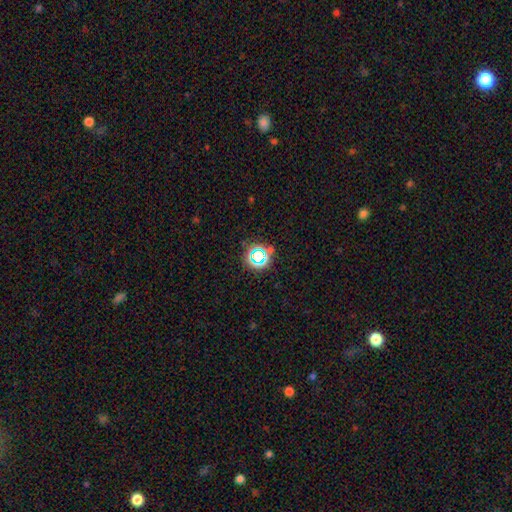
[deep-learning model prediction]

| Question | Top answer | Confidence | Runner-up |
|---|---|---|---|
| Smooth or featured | star or artifact | 62% | smooth (28%) |